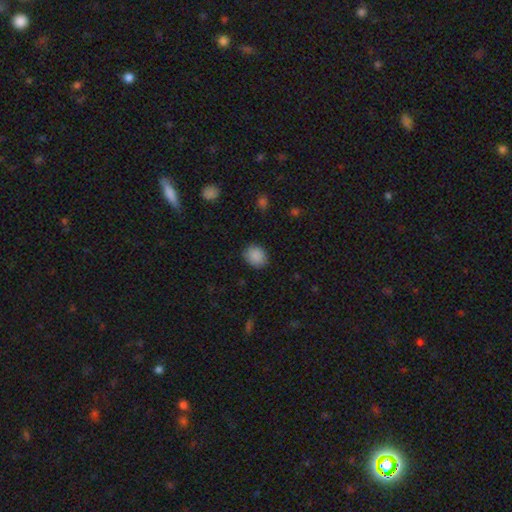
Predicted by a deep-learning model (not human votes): Morphology: type=smooth (89%); roundness=round (62%); merging=none (85%).